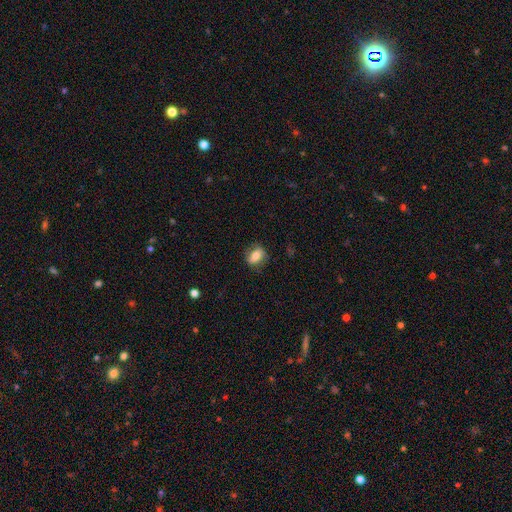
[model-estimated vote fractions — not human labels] This is likely a smooth galaxy (69%). How rounded: likely in between (70%). Merging: likely none (77%).